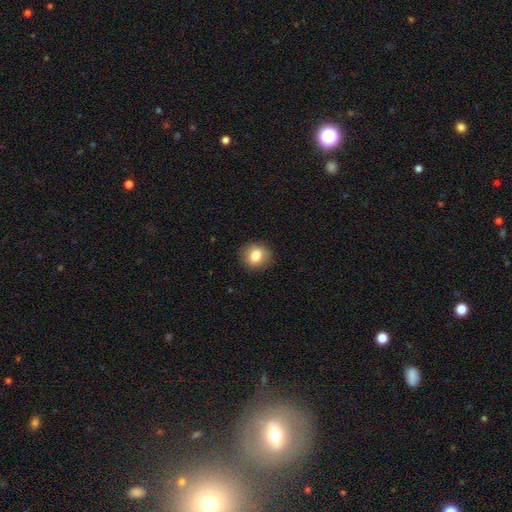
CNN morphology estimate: Smooth or featured: smooth — 80% (featured or disk — 12%)
How rounded: round — 65% (in between — 34%)
Merging: none — 86% (minor disturbance — 10%)